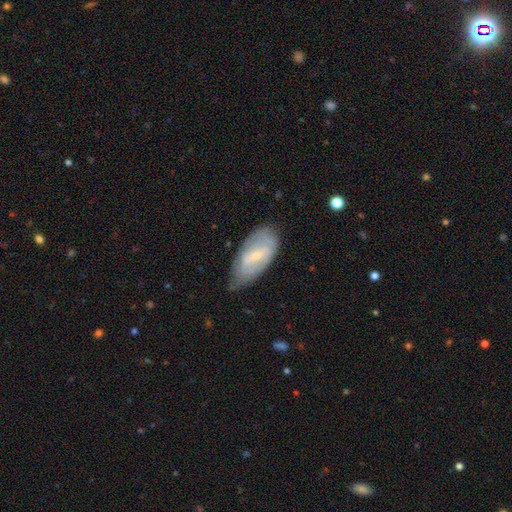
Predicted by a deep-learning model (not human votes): Smooth or featured: featured or disk — 57% (smooth — 36%)
Edge-on disk: no — 90% (yes — 10%)
Bar: weak — 49% (strong — 31%)
Spiral arms: yes — 61% (no — 39%)
Bulge size: small — 65% (moderate — 28%)
Merging: none — 56% (minor disturbance — 34%)